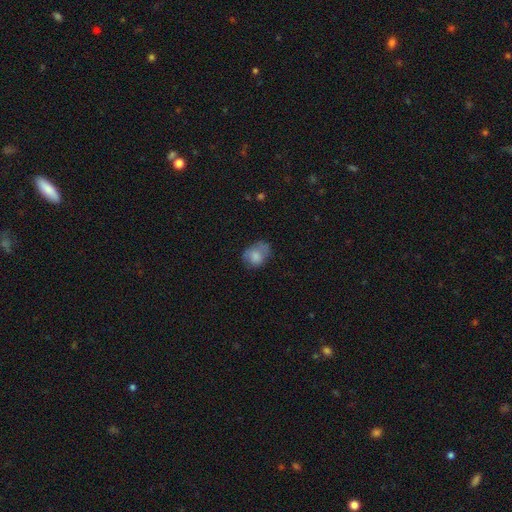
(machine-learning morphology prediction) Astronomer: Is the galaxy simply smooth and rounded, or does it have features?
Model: smooth — 72%.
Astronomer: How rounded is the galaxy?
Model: in between — 55% (runner-up: round, 44%).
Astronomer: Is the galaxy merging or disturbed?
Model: none — 49% (runner-up: minor disturbance, 32%).